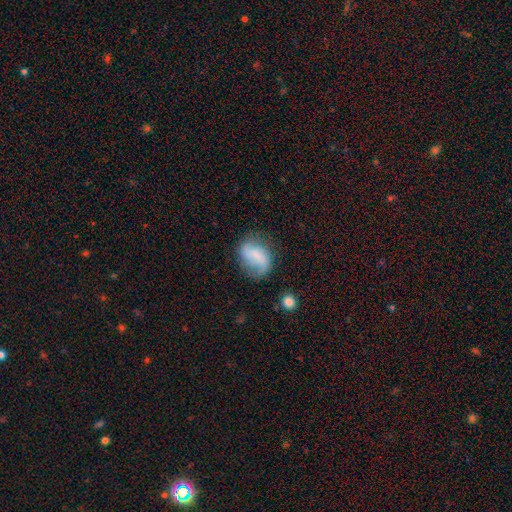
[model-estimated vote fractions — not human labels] A featured or disk galaxy (49%). Merging: none (58%).